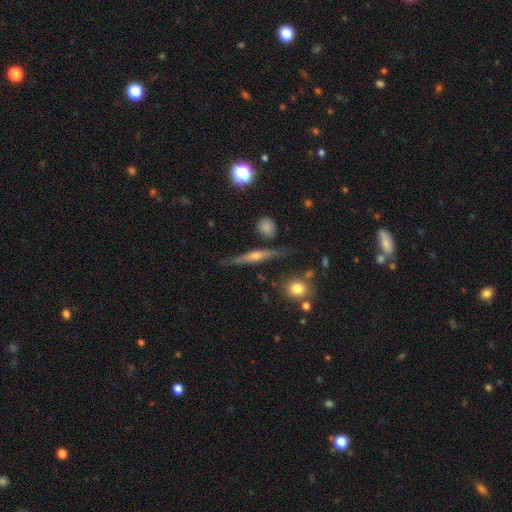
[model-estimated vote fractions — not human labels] Overall: featured or disk (68%). Edge-on disk: yes (94%). Edge-on bulge: rounded (84%). Merging: none (77%).